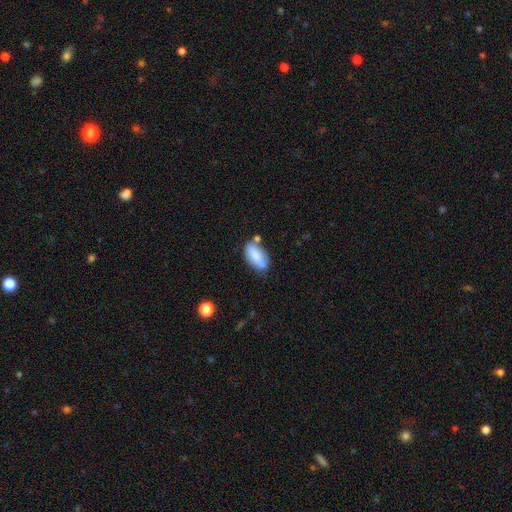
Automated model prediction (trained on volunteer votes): A smooth galaxy with no disk features (77%) that is in between round and cigar-shaped (92%). Merging: none (55%).